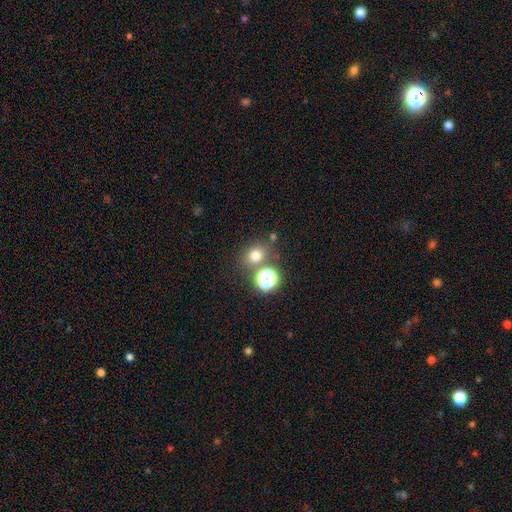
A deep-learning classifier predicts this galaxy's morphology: smooth 71%, star or artifact 20%, featured or disk 9%. Down the decision tree: how rounded — round (70%); merging — none (71%).